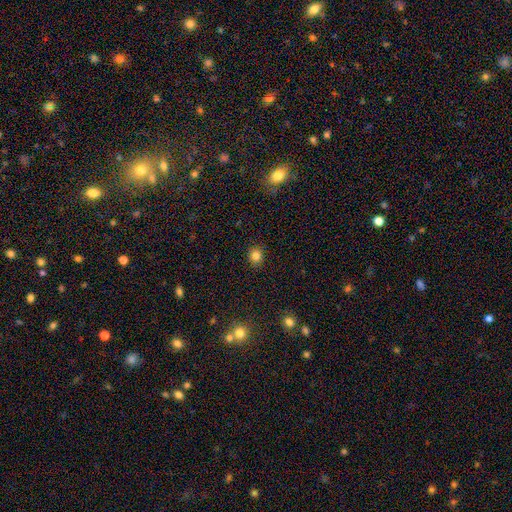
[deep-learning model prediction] Smooth or featured? smooth (83%)
How rounded? round (79%)
Merging? none (90%)